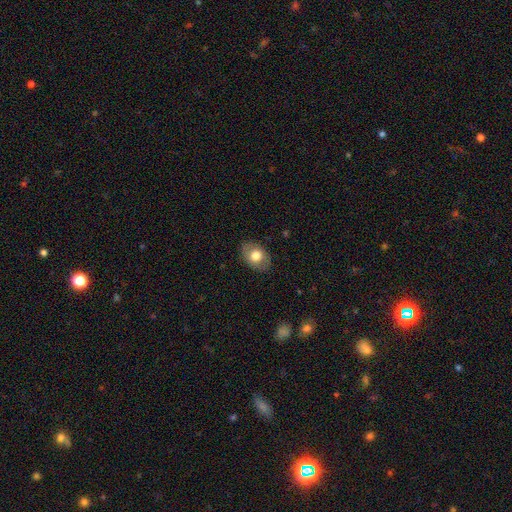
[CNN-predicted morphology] The model was most divided on "smooth or featured": smooth: 72%, featured or disk: 21%, star or artifact: 7%. More confident: merging — none (84%); how rounded — in between (77%).